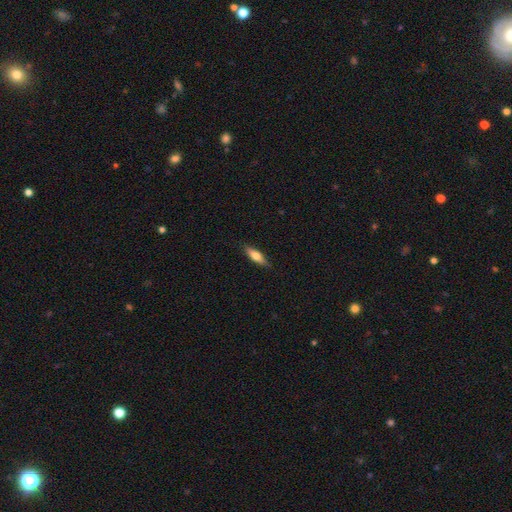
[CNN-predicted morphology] smooth 65%, featured or disk 29%, star or artifact 6%. Down the decision tree: how rounded — cigar-shaped (55%); merging — none (87%).